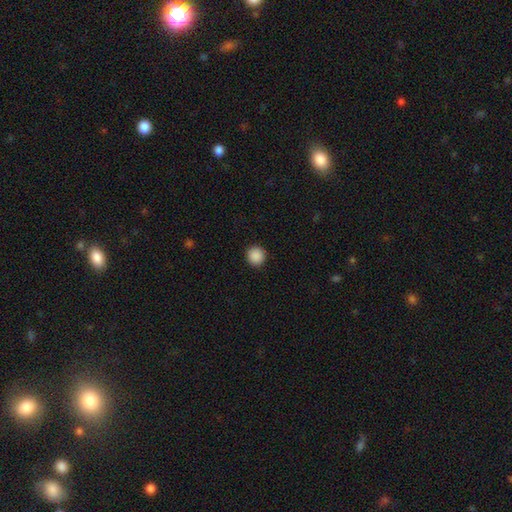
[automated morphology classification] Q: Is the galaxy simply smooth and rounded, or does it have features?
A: smooth — 89%.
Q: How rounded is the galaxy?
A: round — 94%.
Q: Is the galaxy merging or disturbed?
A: none — 93%.